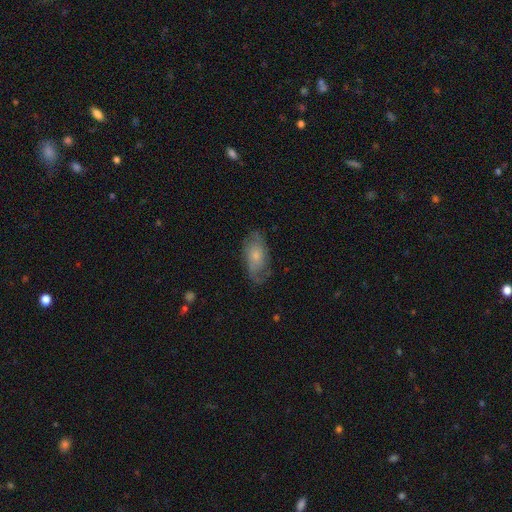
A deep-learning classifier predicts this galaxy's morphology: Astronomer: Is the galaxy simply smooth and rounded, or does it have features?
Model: smooth — 48% (runner-up: featured or disk, 45%).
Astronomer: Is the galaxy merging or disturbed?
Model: none — 64%.